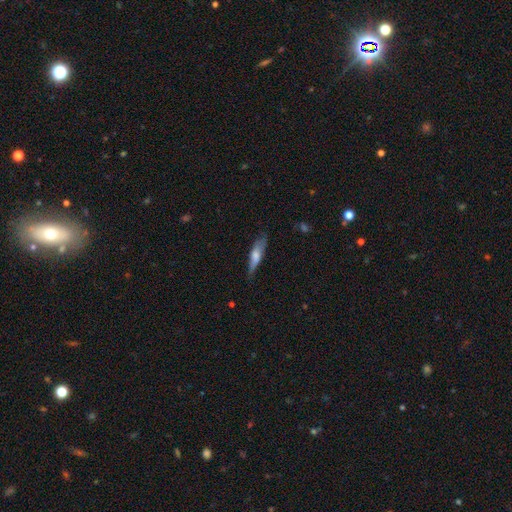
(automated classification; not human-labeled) Morphology: type=smooth (62%); roundness=cigar-shaped (69%); merging=none (67%).